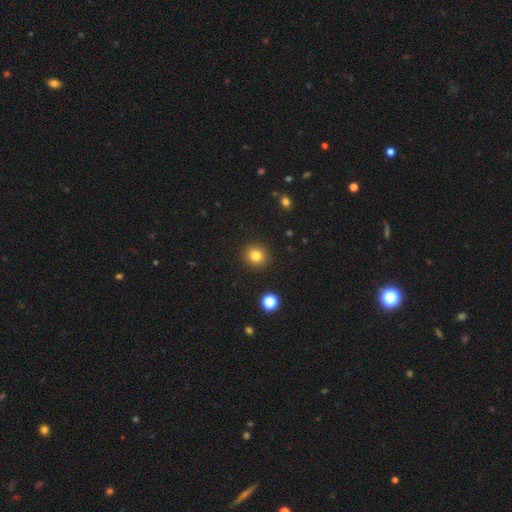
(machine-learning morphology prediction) The model was most divided on "smooth or featured": smooth: 82%, star or artifact: 12%, featured or disk: 7%. More confident: merging — none (92%); how rounded — round (90%).